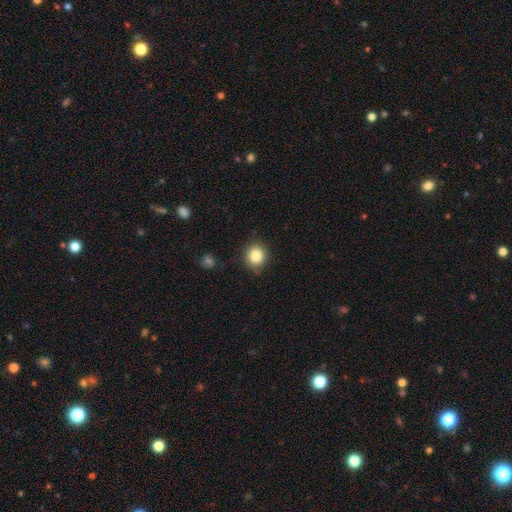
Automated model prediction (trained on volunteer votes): smooth_or_featured: smooth (p=0.85) [alt: star or artifact p=0.10]
how_rounded: round (p=0.81) [alt: in between p=0.18]
merging: none (p=0.86) [alt: minor disturbance p=0.10]